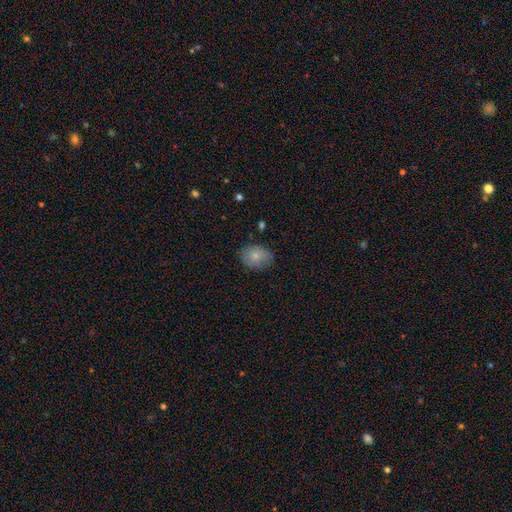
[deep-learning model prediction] smooth-or-featured: smooth: 80% | featured or disk: 12% | star or artifact: 8%
  how-rounded: in between: 64% | round: 35% | cigar-shaped: 1%
  merging: none: 81% | minor disturbance: 14% | major disturbance: 3% | merger: 1%